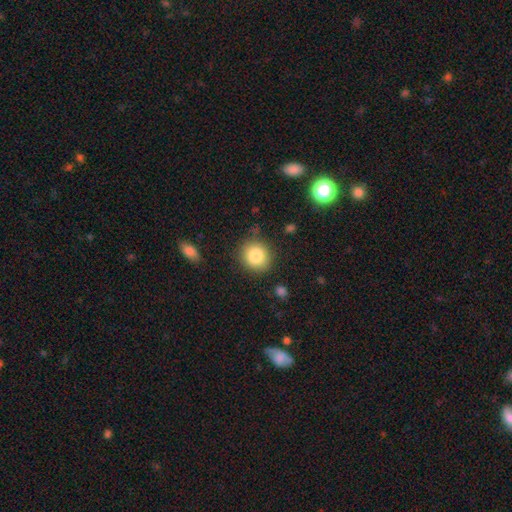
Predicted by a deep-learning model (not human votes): Q: Smooth or featured?
A: smooth (83%); runner-up: star or artifact (9%)
Q: How rounded?
A: round (85%); runner-up: in between (14%)
Q: Merging?
A: none (85%); runner-up: minor disturbance (10%)